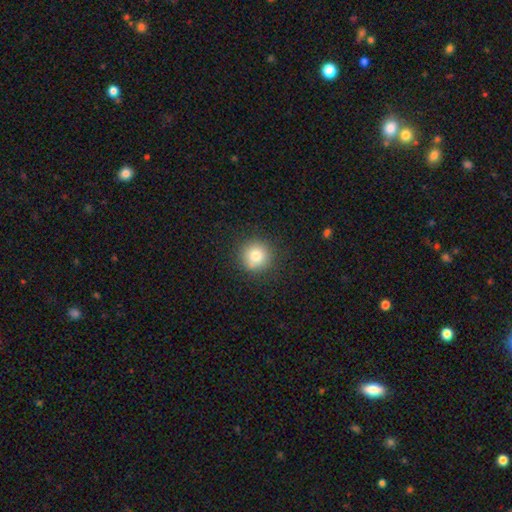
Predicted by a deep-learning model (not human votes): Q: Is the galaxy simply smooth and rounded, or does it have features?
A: smooth — 81%.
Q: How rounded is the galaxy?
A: round — 94%.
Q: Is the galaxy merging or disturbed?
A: none — 88%.